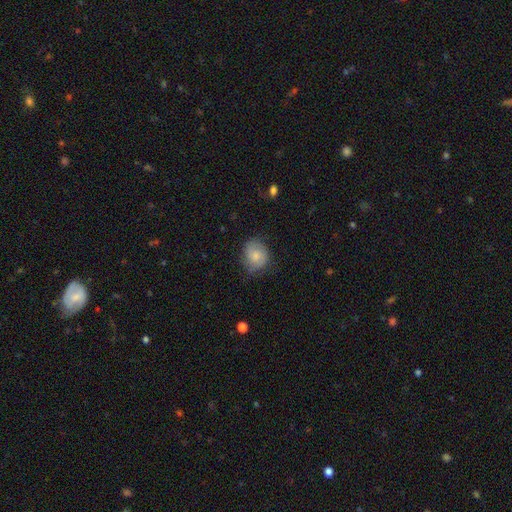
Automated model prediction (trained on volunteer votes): Smooth or featured: smooth — 69% (featured or disk — 24%)
How rounded: round — 64% (in between — 35%)
Merging: none — 67% (minor disturbance — 25%)